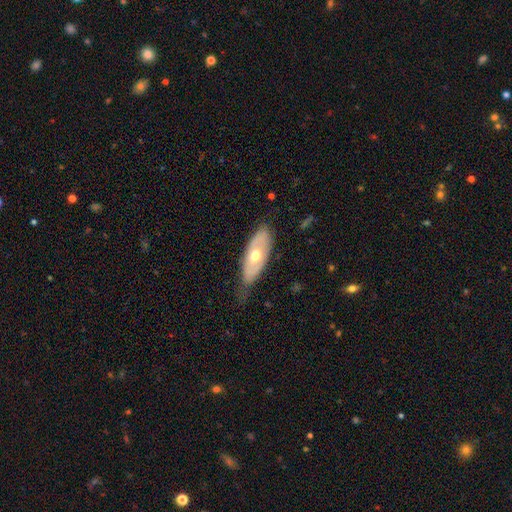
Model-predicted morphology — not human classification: Overall: featured or disk (53%; smooth 41%). Edge-on disk: no (72%). Merging: none (62%; minor disturbance 29%).